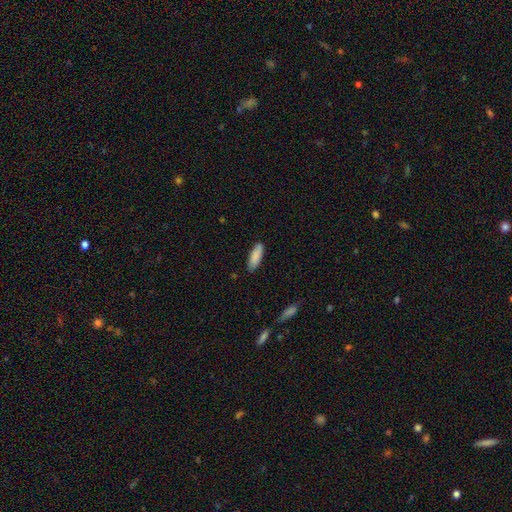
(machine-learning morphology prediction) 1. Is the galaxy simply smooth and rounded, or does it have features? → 88% smooth, 6% featured or disk, 6% star or artifact.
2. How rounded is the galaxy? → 61% in between, 38% cigar-shaped, 1% round.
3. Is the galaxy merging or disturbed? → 85% none, 12% minor disturbance, 2% major disturbance, 1% merger.